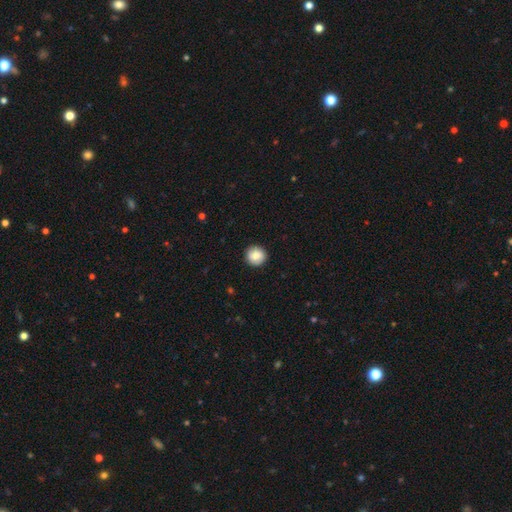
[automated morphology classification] This is clearly a smooth galaxy (83%). How rounded: clearly round (94%). Merging: clearly none (91%).